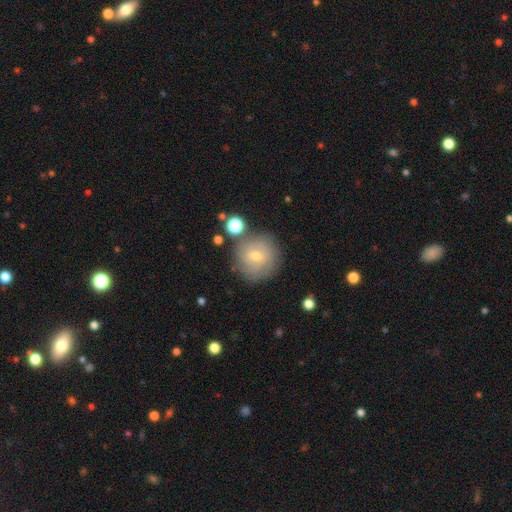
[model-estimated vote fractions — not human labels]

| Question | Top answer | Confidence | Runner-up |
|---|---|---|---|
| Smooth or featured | featured or disk | 57% | smooth (32%) |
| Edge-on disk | no | 97% | yes (3%) |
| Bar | no | 59% | weak (35%) |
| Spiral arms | yes | 82% | no (18%) |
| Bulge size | small | 55% | moderate (41%) |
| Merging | none | 78% | minor disturbance (13%) |